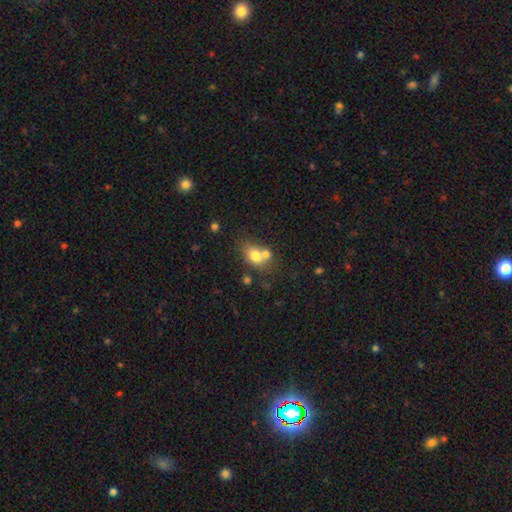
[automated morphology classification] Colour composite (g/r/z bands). It shows a smooth galaxy with no disk features (73%) that is in between round and cigar-shaped (60%). Merging: merger (45%).